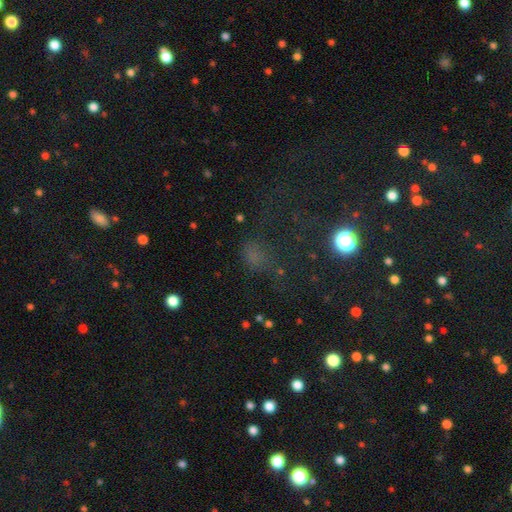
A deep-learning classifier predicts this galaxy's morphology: smooth_or_featured: smooth (p=0.49) [alt: star or artifact p=0.38]
merging: none (p=0.53) [alt: major disturbance p=0.23]